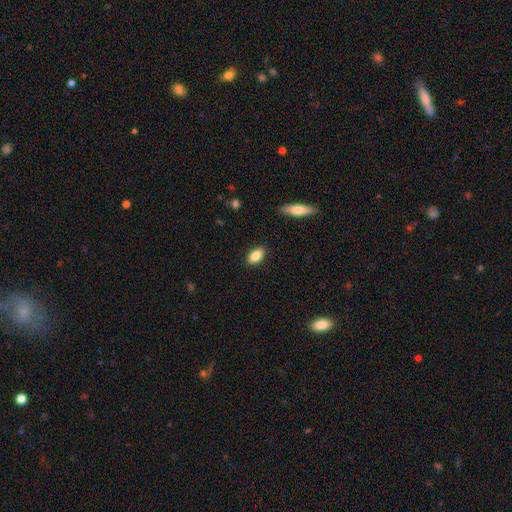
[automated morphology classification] Smooth or featured: smooth — 83% (featured or disk — 9%)
How rounded: in between — 88% (cigar-shaped — 7%)
Merging: none — 88% (minor disturbance — 9%)